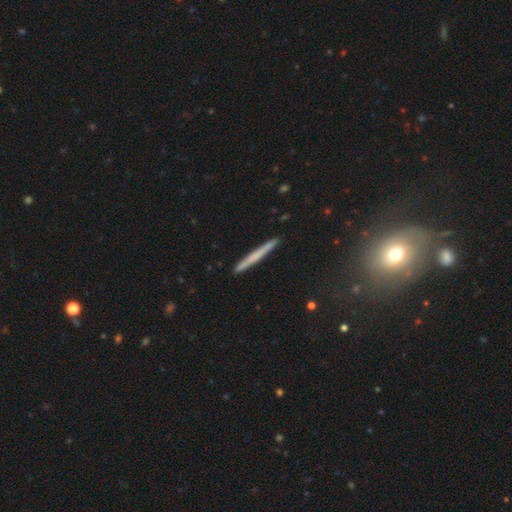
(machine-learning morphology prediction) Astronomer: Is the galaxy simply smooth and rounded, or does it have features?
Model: smooth — 56% (runner-up: featured or disk, 38%).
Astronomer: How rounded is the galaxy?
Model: cigar-shaped — 97%.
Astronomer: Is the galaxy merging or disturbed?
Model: none — 91%.